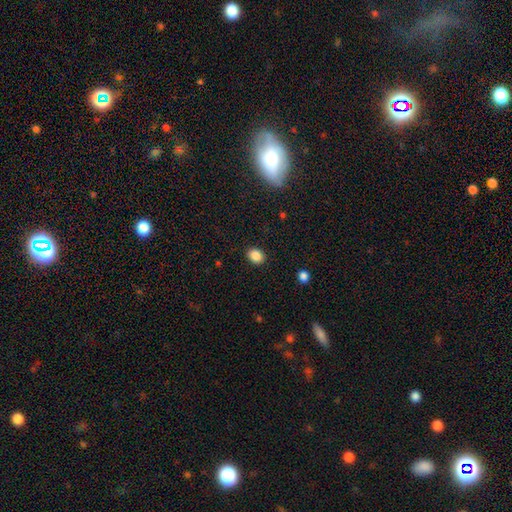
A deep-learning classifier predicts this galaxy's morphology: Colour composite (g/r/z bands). It shows a smooth galaxy with no disk features (86%) that is round (50%). Merging: none (89%).